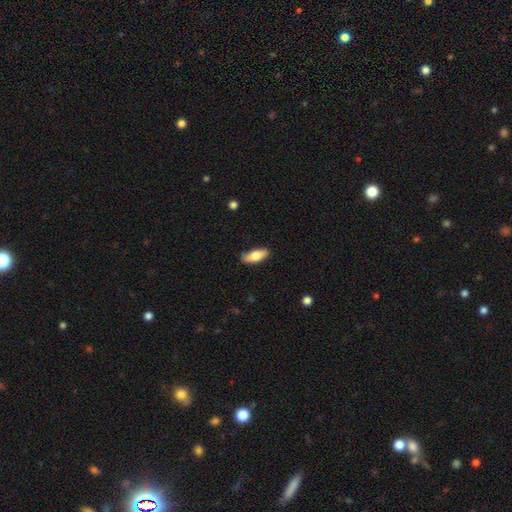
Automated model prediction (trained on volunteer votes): Overall: smooth (74%). How rounded: in between (71%). Merging: none (83%).